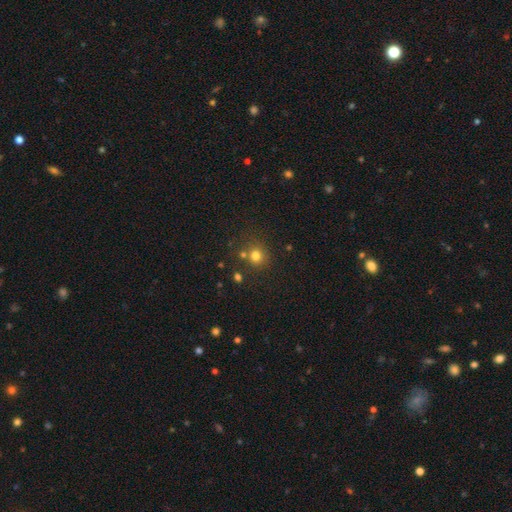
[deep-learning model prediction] Morphology: type=smooth (76%); roundness=round (87%); merging=none (71%).